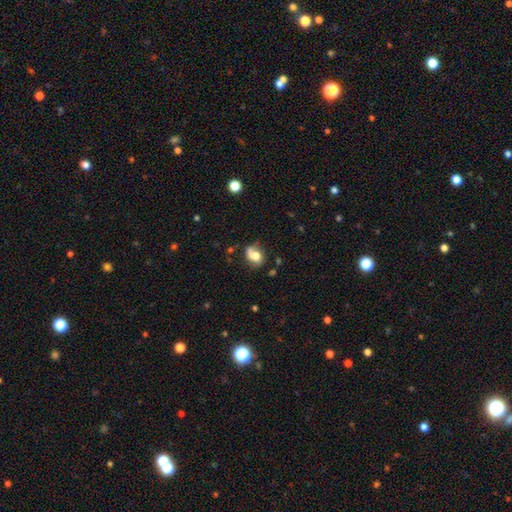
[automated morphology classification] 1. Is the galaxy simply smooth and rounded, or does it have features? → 48% smooth, 42% featured or disk, 10% star or artifact.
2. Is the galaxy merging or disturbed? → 50% none, 28% minor disturbance, 15% major disturbance, 7% merger.